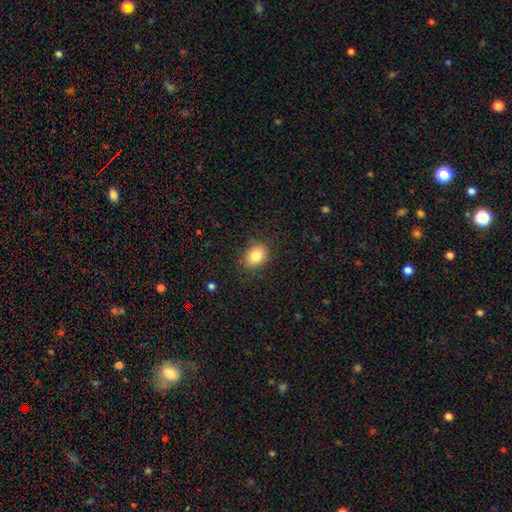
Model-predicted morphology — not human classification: type=smooth (84%); roundness=in between (63%); merging=none (84%).